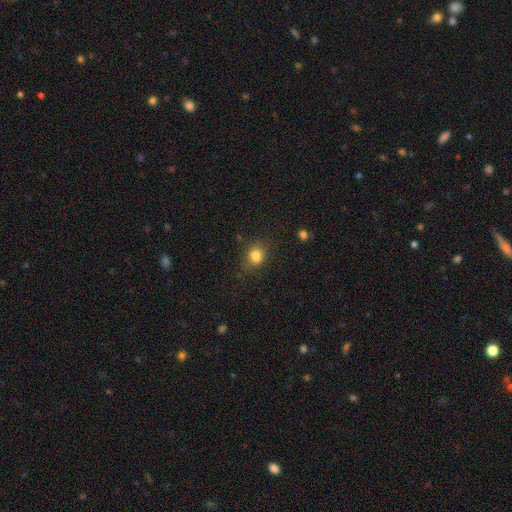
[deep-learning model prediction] smooth-or-featured: smooth: 79% | star or artifact: 13% | featured or disk: 8%
  how-rounded: in between: 56% | round: 42% | cigar-shaped: 2%
  merging: none: 66% | minor disturbance: 21% | major disturbance: 8% | merger: 5%